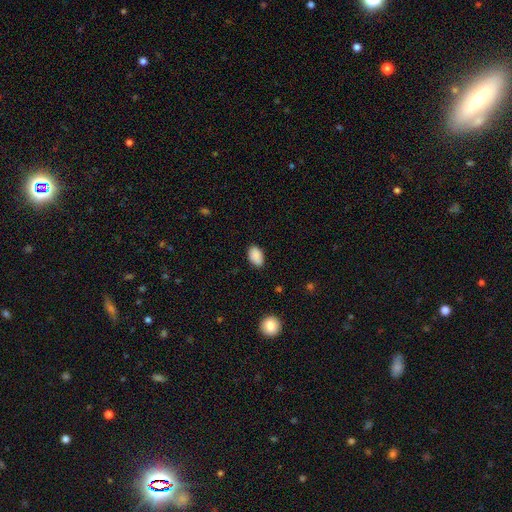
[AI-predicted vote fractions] Smooth or featured? smooth (89%)
How rounded? in between (91%)
Merging? none (83%)